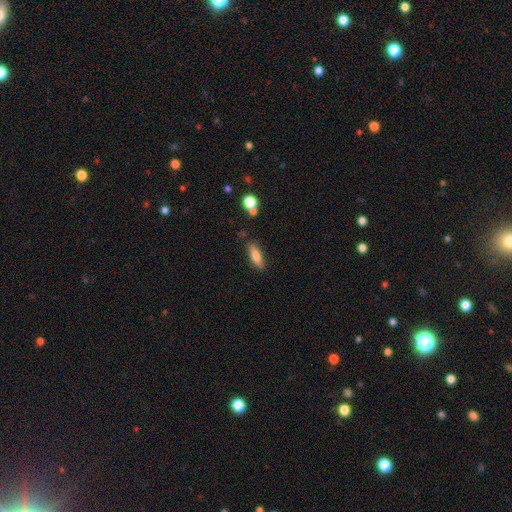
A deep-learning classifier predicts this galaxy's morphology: Smooth or featured?
  - smooth: 77% *
  - featured or disk: 16%
  - star or artifact: 7%
How rounded?
  - cigar-shaped: 53% *
  - in between: 45%
  - round: 2%
Merging?
  - none: 81% *
  - minor disturbance: 13%
  - merger: 3%
  - major disturbance: 3%